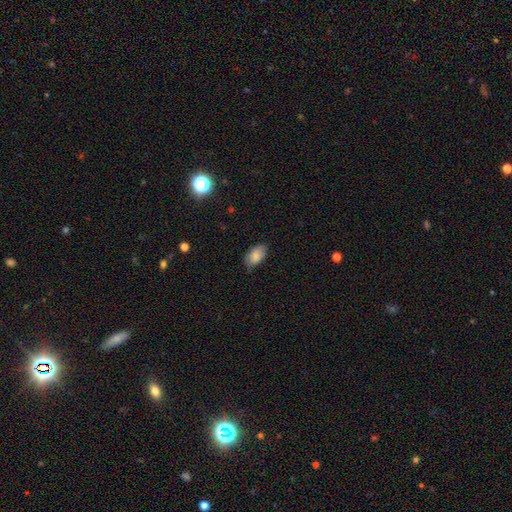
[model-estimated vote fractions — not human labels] The model was most divided on "merging": none: 74%, minor disturbance: 21%, major disturbance: 3%, merger: 1%. More confident: how rounded — in between (93%); smooth or featured — smooth (84%).